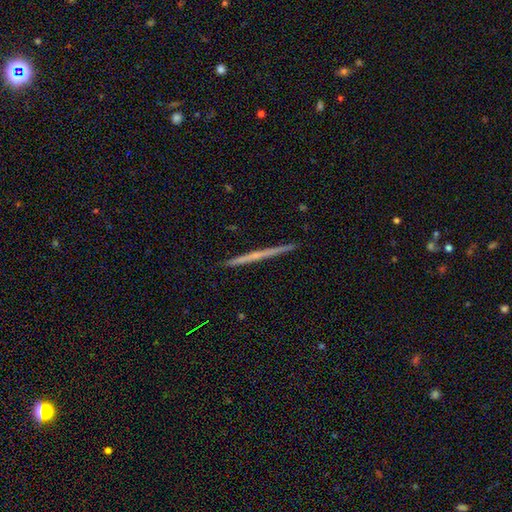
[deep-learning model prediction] smooth_or_featured: featured or disk (p=0.64) [alt: smooth p=0.30]
disk_edge_on: yes (p=0.98) [alt: no p=0.02]
edge_on_bulge: none (p=0.81) [alt: rounded p=0.15]
merging: none (p=0.93) [alt: minor disturbance p=0.05]